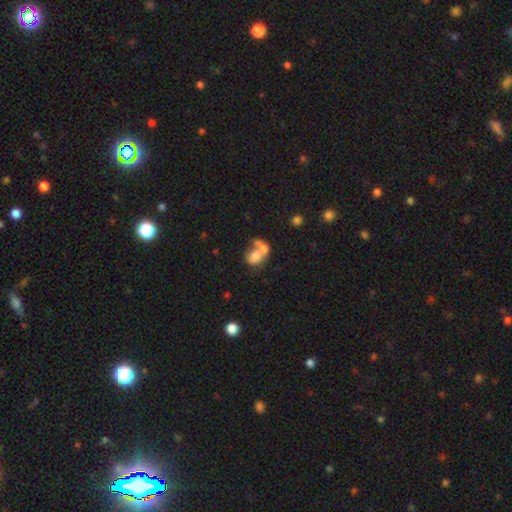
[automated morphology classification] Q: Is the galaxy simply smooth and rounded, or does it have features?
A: smooth — 63%.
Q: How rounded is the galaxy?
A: in between — 53%.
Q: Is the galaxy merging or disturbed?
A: merger — 64%.